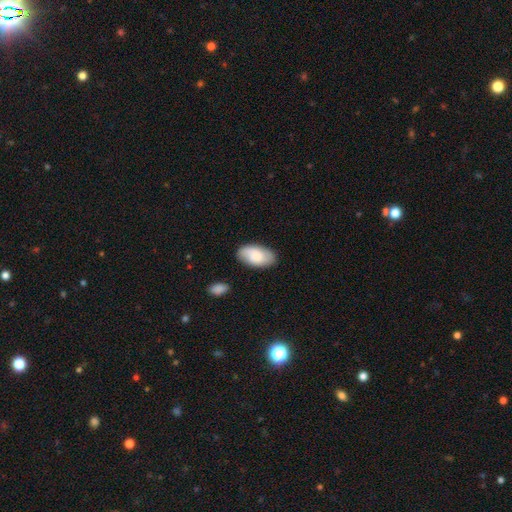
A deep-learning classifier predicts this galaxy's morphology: smooth_or_featured: smooth (p=0.72) [alt: featured or disk p=0.21]
how_rounded: in between (p=0.95) [alt: round p=0.03]
merging: none (p=0.80) [alt: minor disturbance p=0.14]